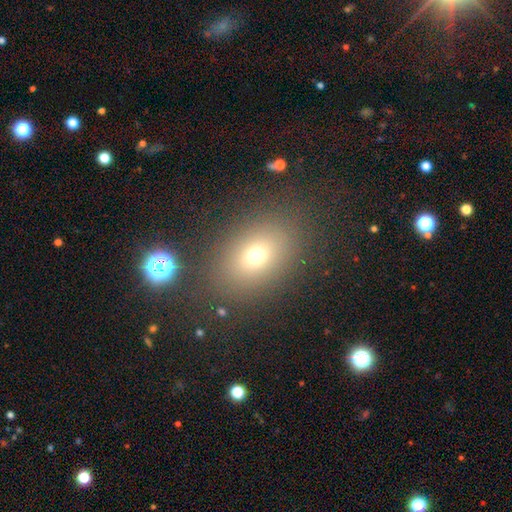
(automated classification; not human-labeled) This appears to be a smooth galaxy with no disk features (68%) that is in between round and cigar-shaped (68%). Merging: none (83%).